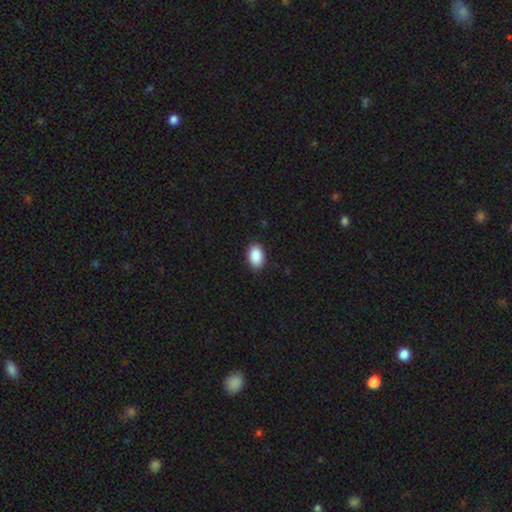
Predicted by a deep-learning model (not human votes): A smooth galaxy with no disk features (90%) that is in between round and cigar-shaped (90%).

Vote fractions:
- Smooth or featured? smooth: 90% / star or artifact: 7% / featured or disk: 3%
- How rounded? in between: 90% / round: 9% / cigar-shaped: 1%
- Merging? none: 88% / minor disturbance: 9% / major disturbance: 2% / merger: 1%